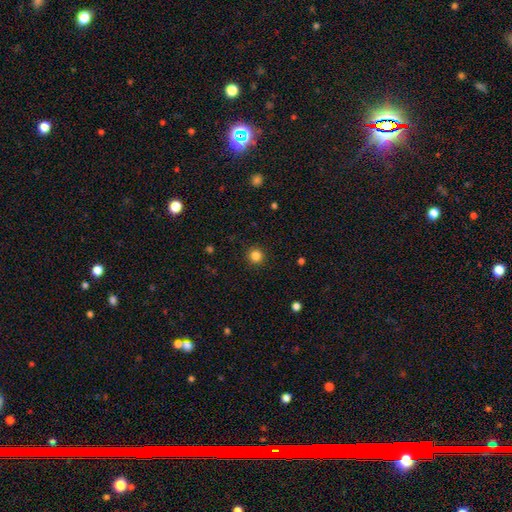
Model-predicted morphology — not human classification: This is clearly a smooth galaxy (84%). How rounded: clearly round (94%). Merging: clearly none (91%).